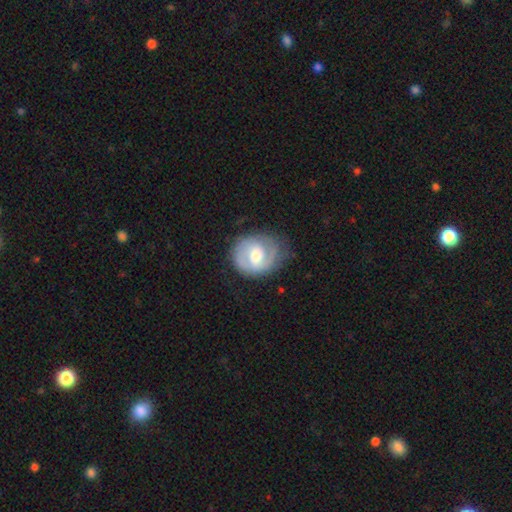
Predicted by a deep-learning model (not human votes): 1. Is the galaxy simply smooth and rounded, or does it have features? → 70% featured or disk, 24% smooth, 6% star or artifact.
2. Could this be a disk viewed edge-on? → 97% no, 3% yes.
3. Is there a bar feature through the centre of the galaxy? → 51% weak, 35% no, 14% strong.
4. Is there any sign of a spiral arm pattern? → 87% yes, 13% no.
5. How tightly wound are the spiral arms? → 43% tight, 41% medium, 16% loose.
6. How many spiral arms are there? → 68% 2, 14% can't tell, 12% 1, 3% 3, 1% 4, 1% more than 4.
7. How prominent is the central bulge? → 66% moderate, 23% small, 8% large, 1% none, 1% dominant.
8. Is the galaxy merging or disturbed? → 71% none, 19% minor disturbance, 8% major disturbance, 1% merger.